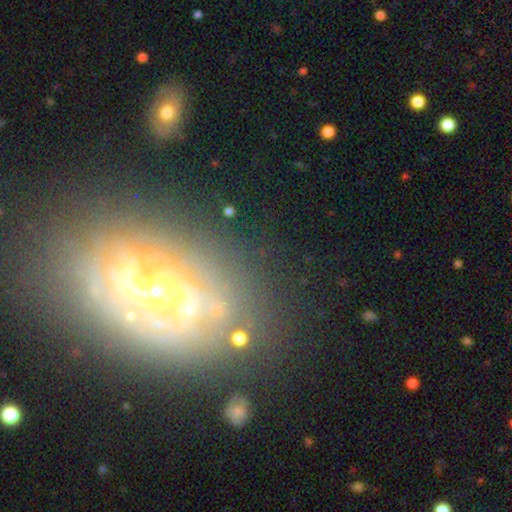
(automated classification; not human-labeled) smooth_or_featured: featured or disk (p=0.80) [alt: star or artifact p=0.10]
disk_edge_on: no (p=0.94) [alt: yes p=0.06]
bar: strong (p=0.39) [alt: weak p=0.38]
has_spiral_arms: yes (p=0.84) [alt: no p=0.16]
spiral_winding: tight (p=0.49) [alt: medium p=0.35]
spiral_arm_count: 2 (p=0.46) [alt: can't tell p=0.29]
bulge_size: moderate (p=0.47) [alt: small p=0.21]
merging: none (p=0.69) [alt: minor disturbance p=0.16]